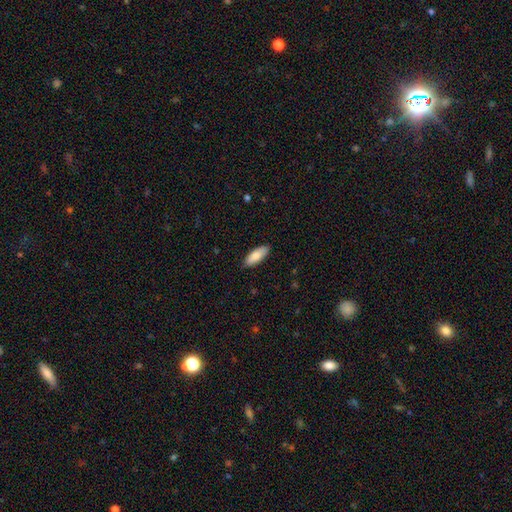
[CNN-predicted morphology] Smooth or featured? Predicted: smooth (p=0.82). How rounded? Predicted: in between (p=0.73). Merging? Predicted: none (p=0.87).